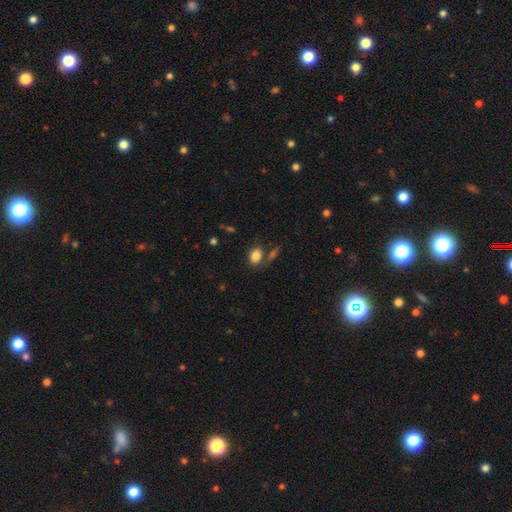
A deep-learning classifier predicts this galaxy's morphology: A smooth galaxy with no disk features (84%) that is in between round and cigar-shaped (70%).

Vote fractions:
- Smooth or featured? smooth: 84% / star or artifact: 10% / featured or disk: 7%
- How rounded? in between: 70% / round: 28% / cigar-shaped: 2%
- Merging? none: 65% / merger: 16% / minor disturbance: 14% / major disturbance: 5%